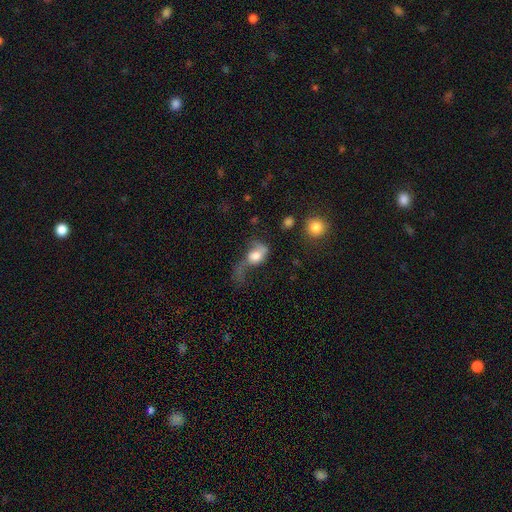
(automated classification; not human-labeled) smooth_or_featured: smooth (p=0.58) [alt: featured or disk p=0.32]
how_rounded: in between (p=0.67) [alt: round p=0.30]
merging: major disturbance (p=0.58) [alt: none p=0.16]